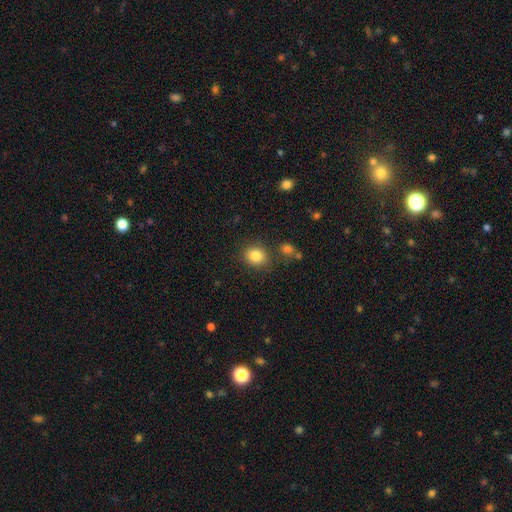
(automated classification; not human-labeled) Smooth or featured?
  - smooth: 84% *
  - star or artifact: 10%
  - featured or disk: 6%
How rounded?
  - round: 72% *
  - in between: 27%
  - cigar-shaped: 1%
Merging?
  - none: 81% *
  - minor disturbance: 10%
  - merger: 5%
  - major disturbance: 3%